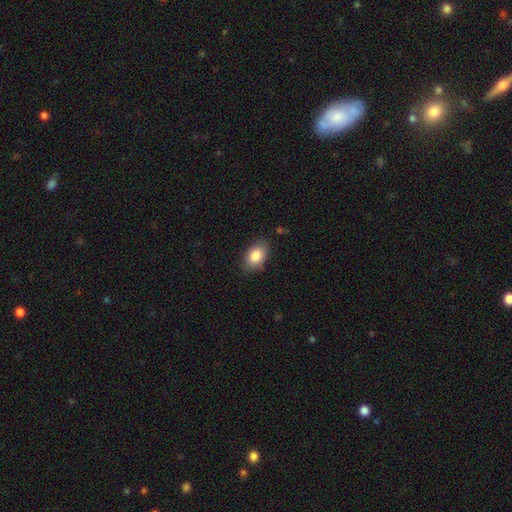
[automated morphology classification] Smooth or featured: smooth — 86% (featured or disk — 7%)
How rounded: in between — 88% (round — 11%)
Merging: none — 81% (minor disturbance — 15%)